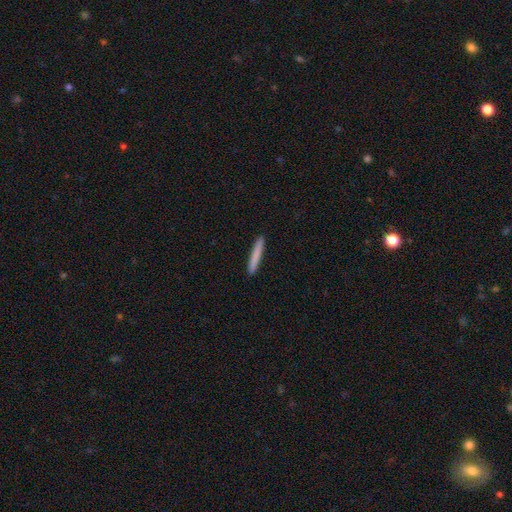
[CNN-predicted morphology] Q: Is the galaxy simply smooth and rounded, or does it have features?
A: smooth — 82%.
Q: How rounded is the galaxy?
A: cigar-shaped — 96%.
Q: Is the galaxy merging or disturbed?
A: none — 93%.